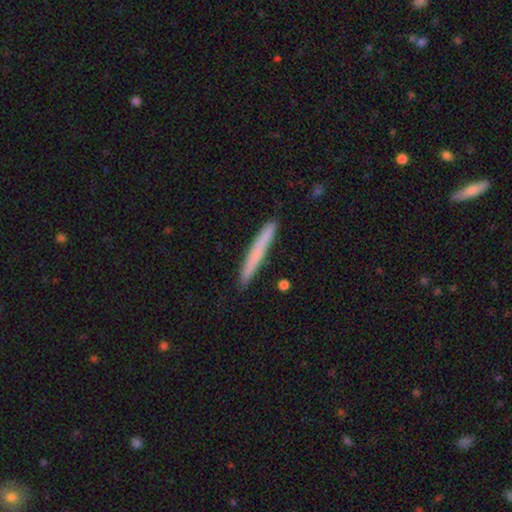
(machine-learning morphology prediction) A smooth galaxy with no disk features (67%) that is cigar-shaped (97%).

Vote fractions:
- Smooth or featured? smooth: 67% / featured or disk: 27% / star or artifact: 6%
- How rounded? cigar-shaped: 97% / in between: 2% / round: 1%
- Merging? none: 88% / minor disturbance: 9% / merger: 2% / major disturbance: 2%